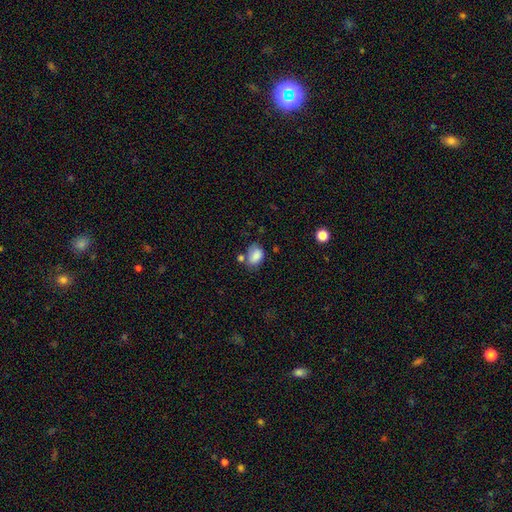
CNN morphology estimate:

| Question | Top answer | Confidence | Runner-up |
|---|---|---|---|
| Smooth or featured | smooth | 83% | star or artifact (9%) |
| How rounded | in between | 77% | round (22%) |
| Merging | none | 50% | minor disturbance (24%) |